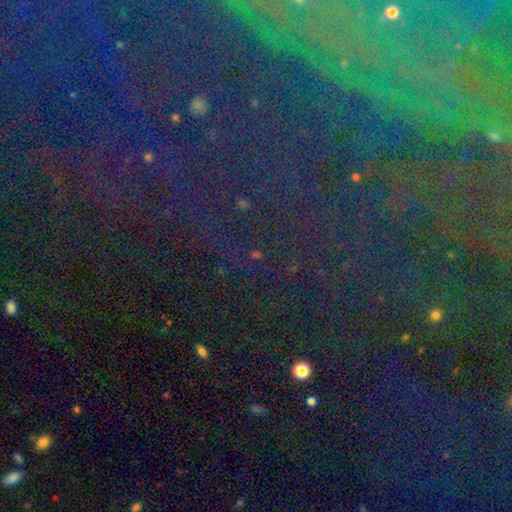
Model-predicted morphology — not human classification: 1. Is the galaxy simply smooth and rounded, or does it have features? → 81% star or artifact, 10% smooth, 9% featured or disk.